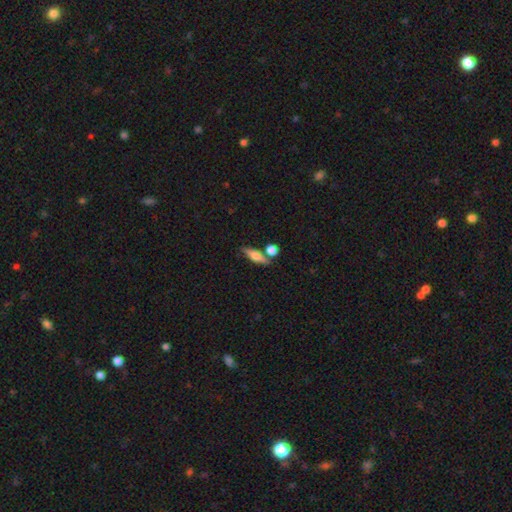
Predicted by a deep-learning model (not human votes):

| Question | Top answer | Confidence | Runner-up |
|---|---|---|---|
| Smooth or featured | smooth | 51% | featured or disk (41%) |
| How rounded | cigar-shaped | 55% | in between (37%) |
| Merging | none | 71% | merger (14%) |